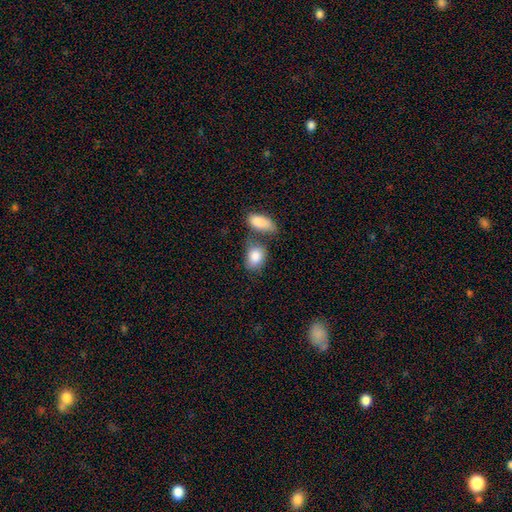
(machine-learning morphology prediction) Smooth or featured? Predicted: smooth (p=0.85). How rounded? Predicted: in between (p=0.80). Merging? Predicted: none (p=0.43).